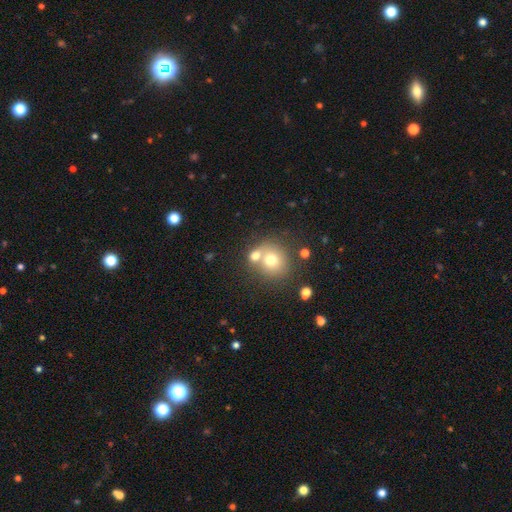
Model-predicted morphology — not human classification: This appears to be a smooth galaxy with no disk features (70%) that is round (80%). Merging: none (44%).